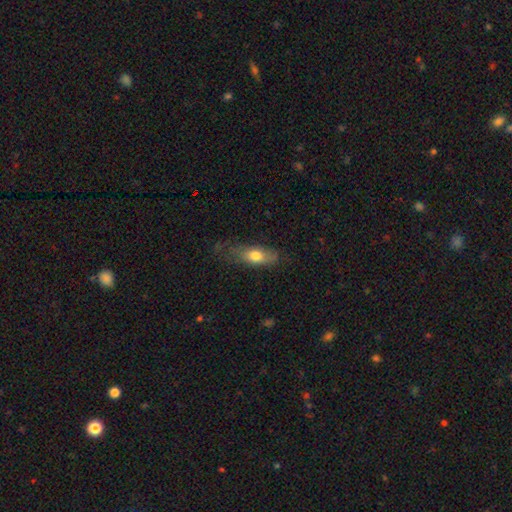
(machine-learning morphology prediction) The model was most divided on "merging": none: 53%, minor disturbance: 30%, major disturbance: 15%, merger: 2%. More confident: how rounded — in between (73%); smooth or featured — smooth (70%).